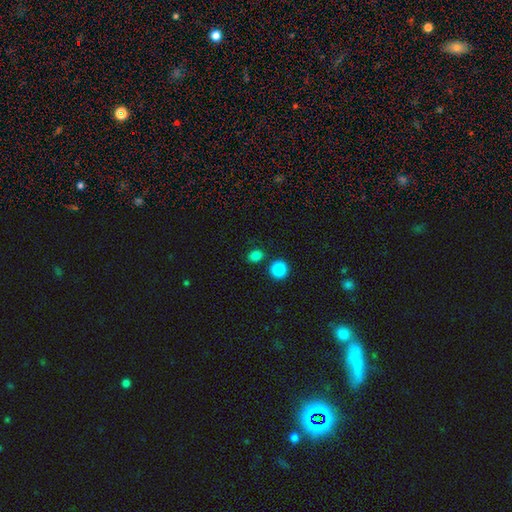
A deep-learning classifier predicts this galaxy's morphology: smooth 84%, star or artifact 12%, featured or disk 4%. Down the decision tree: how rounded — round (64%); merging — none (80%).